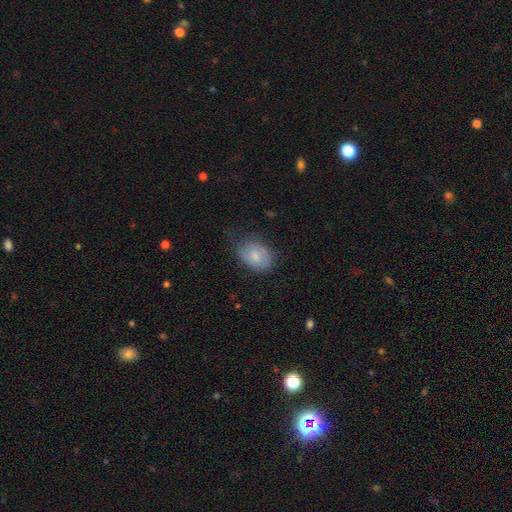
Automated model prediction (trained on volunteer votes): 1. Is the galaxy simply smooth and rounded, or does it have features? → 69% smooth, 23% featured or disk, 7% star or artifact.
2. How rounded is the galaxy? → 76% in between, 23% round, 1% cigar-shaped.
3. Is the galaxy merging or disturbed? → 66% none, 25% minor disturbance, 8% major disturbance, 1% merger.